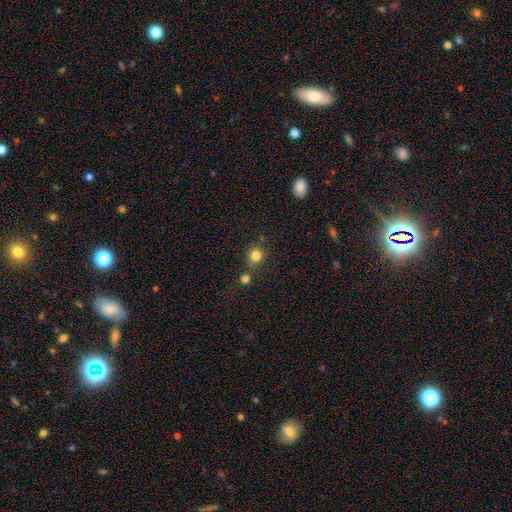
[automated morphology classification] smooth-or-featured: smooth: 82% | star or artifact: 12% | featured or disk: 6%
  how-rounded: round: 84% | in between: 15% | cigar-shaped: 1%
  merging: none: 70% | merger: 16% | minor disturbance: 11% | major disturbance: 4%